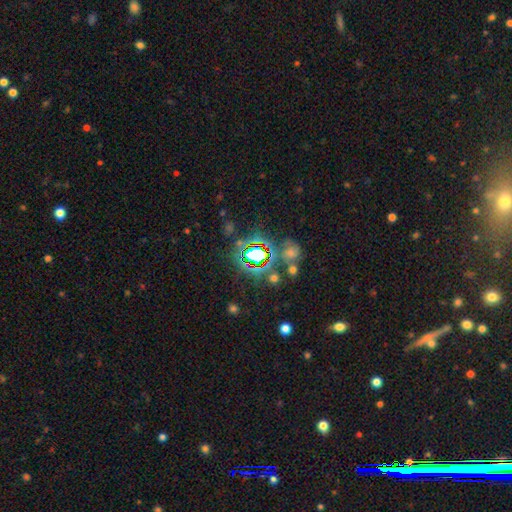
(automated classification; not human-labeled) smooth-or-featured: star or artifact: 64% | smooth: 25% | featured or disk: 11%